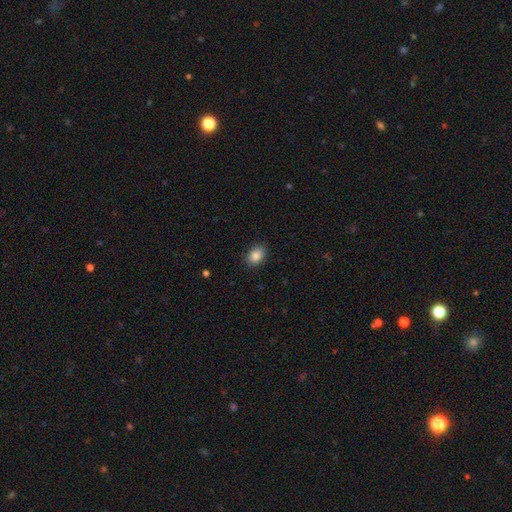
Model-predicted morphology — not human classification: This is clearly a smooth galaxy (86%). How rounded: likely in between (73%). Merging: clearly none (86%).